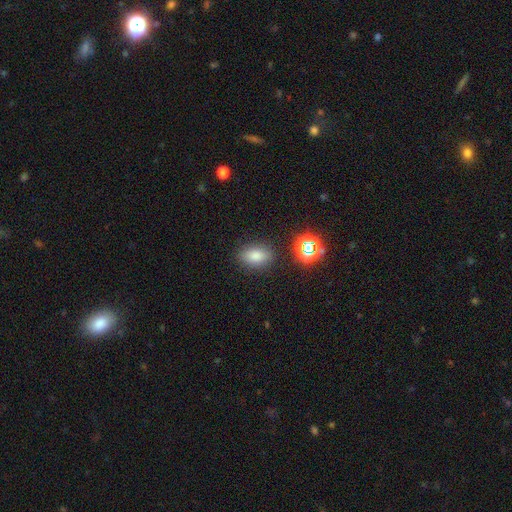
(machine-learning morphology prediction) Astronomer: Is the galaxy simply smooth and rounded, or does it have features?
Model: smooth — 79%.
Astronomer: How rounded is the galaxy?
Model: in between — 81%.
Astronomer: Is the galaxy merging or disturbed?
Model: none — 84%.